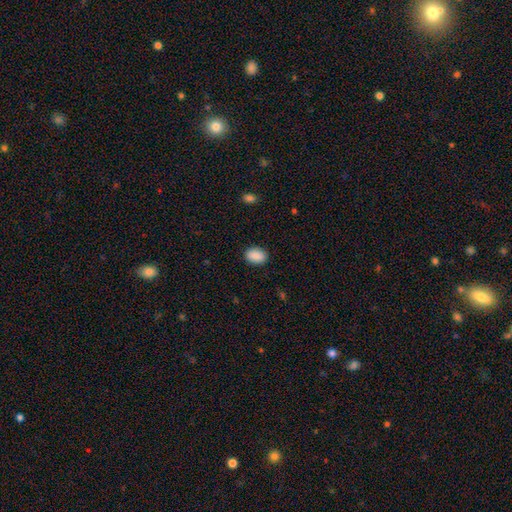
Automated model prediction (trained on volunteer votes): Overall: smooth (90%). How rounded: in between (80%). Merging: none (89%).